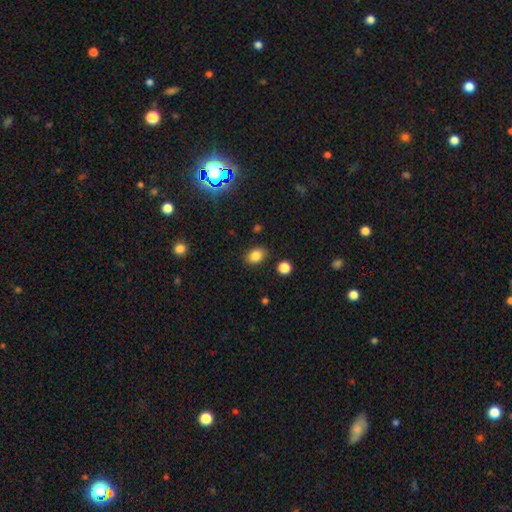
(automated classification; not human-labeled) smooth-or-featured: smooth: 84% | star or artifact: 11% | featured or disk: 5%
  how-rounded: in between: 66% | round: 33% | cigar-shaped: 1%
  merging: none: 86% | minor disturbance: 9% | major disturbance: 3% | merger: 2%